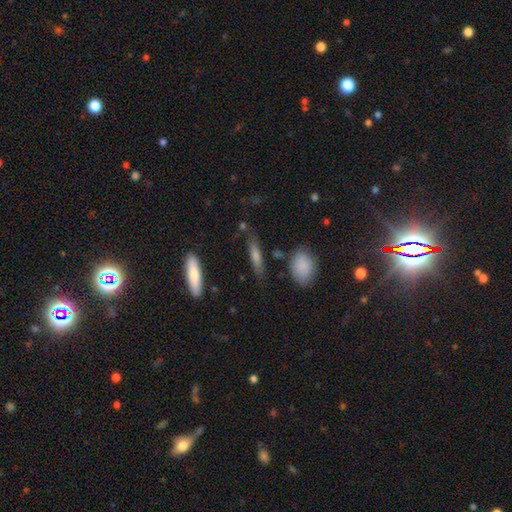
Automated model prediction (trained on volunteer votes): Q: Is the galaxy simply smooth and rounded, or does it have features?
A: smooth — 64%.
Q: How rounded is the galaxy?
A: cigar-shaped — 71%.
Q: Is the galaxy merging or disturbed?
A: none — 78%.